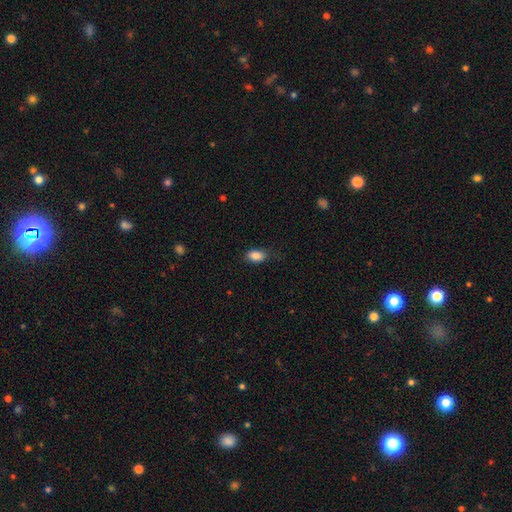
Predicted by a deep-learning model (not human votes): The model was most divided on "merging": none: 74%, minor disturbance: 20%, major disturbance: 5%, merger: 1%. More confident: how rounded — in between (88%); smooth or featured — smooth (87%).